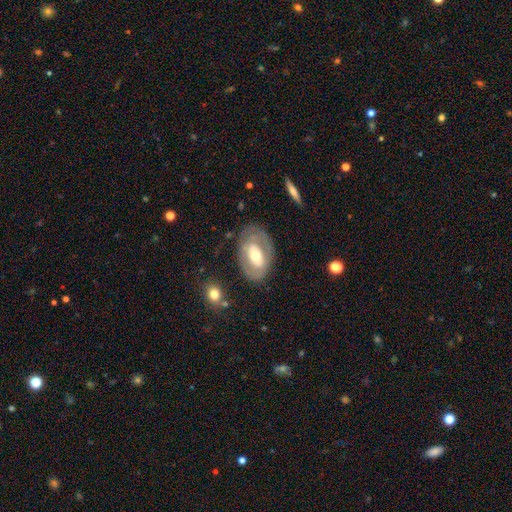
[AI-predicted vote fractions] smooth_or_featured: featured or disk (p=0.57) [alt: smooth p=0.37]
disk_edge_on: no (p=0.92) [alt: yes p=0.08]
bar: no (p=0.50) [alt: weak p=0.30]
has_spiral_arms: no (p=0.65) [alt: yes p=0.35]
bulge_size: moderate (p=0.61) [alt: small p=0.25]
merging: none (p=0.71) [alt: minor disturbance p=0.17]